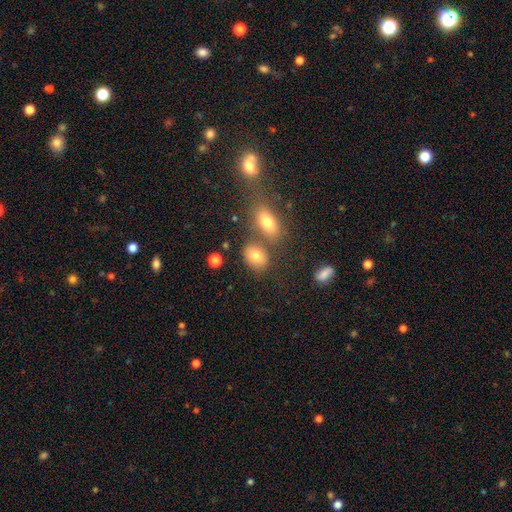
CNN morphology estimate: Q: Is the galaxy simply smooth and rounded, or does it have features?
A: smooth — 77%.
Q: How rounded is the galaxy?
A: in between — 64%.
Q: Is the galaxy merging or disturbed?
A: none — 63%.